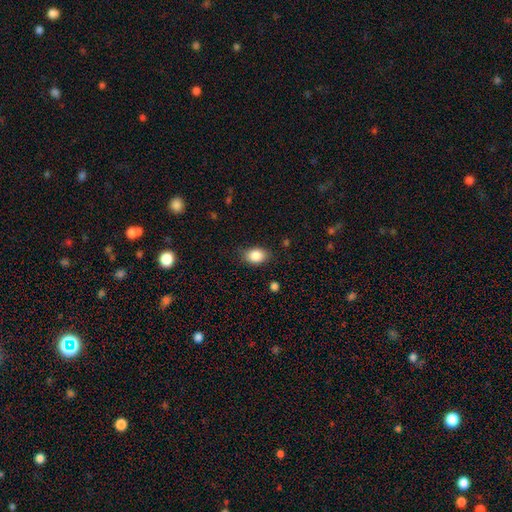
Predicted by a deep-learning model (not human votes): A smooth galaxy with no disk features (87%) that is in between round and cigar-shaped (77%).

Vote fractions:
- Smooth or featured? smooth: 87% / star or artifact: 8% / featured or disk: 5%
- How rounded? in between: 77% / round: 22% / cigar-shaped: 1%
- Merging? none: 79% / minor disturbance: 15% / major disturbance: 4% / merger: 1%